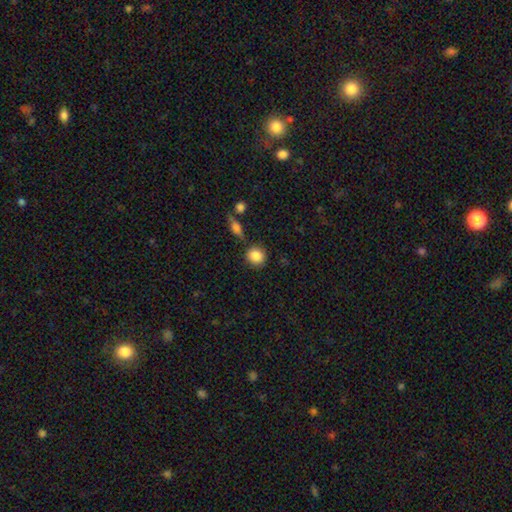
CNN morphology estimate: Smooth or featured? Predicted: smooth (p=0.86). How rounded? Predicted: round (p=0.84). Merging? Predicted: none (p=0.81).